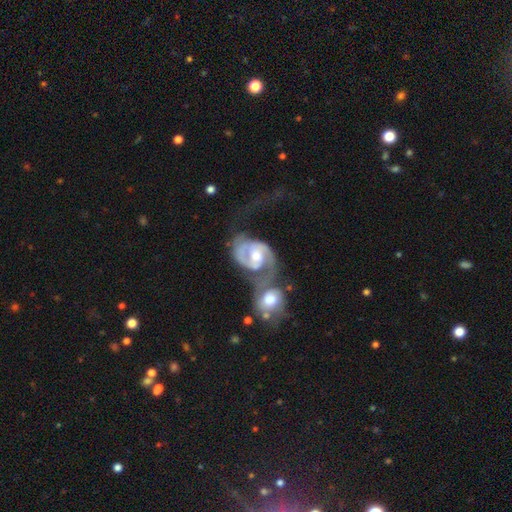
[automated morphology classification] featured or disk 88%, smooth 8%, star or artifact 4%. Down the decision tree: edge-on disk — no (98%); bar — no (50%); spiral arms — yes (94%); spiral arm count — 2 (83%); spiral winding — medium (45%); bulge size — moderate (68%); merging — merger (69%).